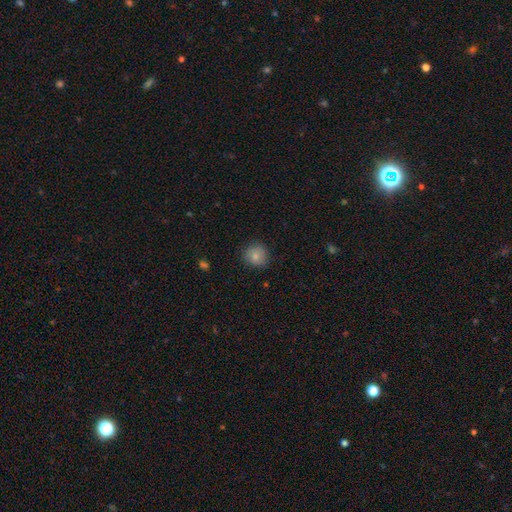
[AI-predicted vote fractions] Smooth or featured? smooth (82%)
How rounded? round (88%)
Merging? none (81%)